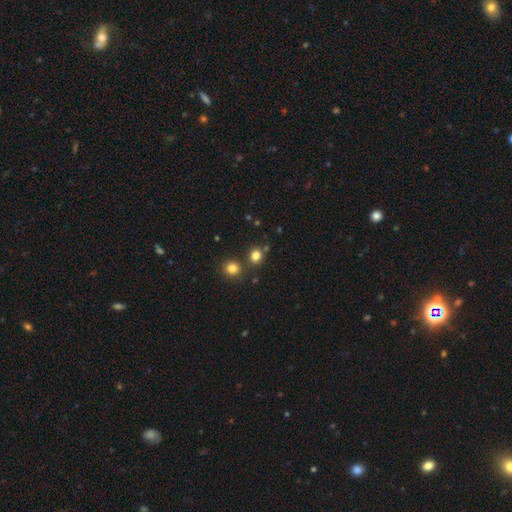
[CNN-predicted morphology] smooth_or_featured: smooth (p=0.80) [alt: star or artifact p=0.15]
how_rounded: round (p=0.85) [alt: in between p=0.14]
merging: none (p=0.75) [alt: merger p=0.14]